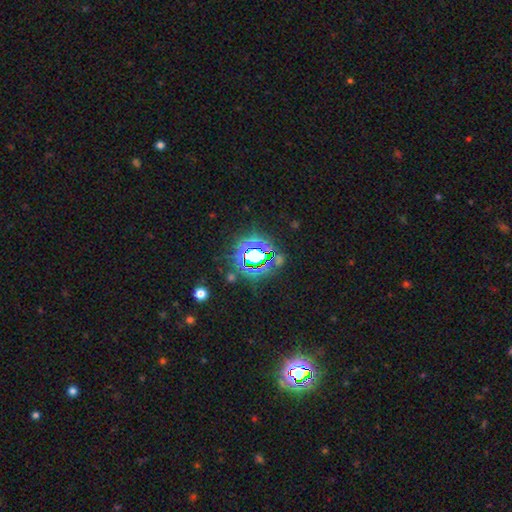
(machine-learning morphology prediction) A star or artifact, not a galaxy (72%).

Vote fractions:
- Smooth or featured? star or artifact: 72% / smooth: 18% / featured or disk: 10%